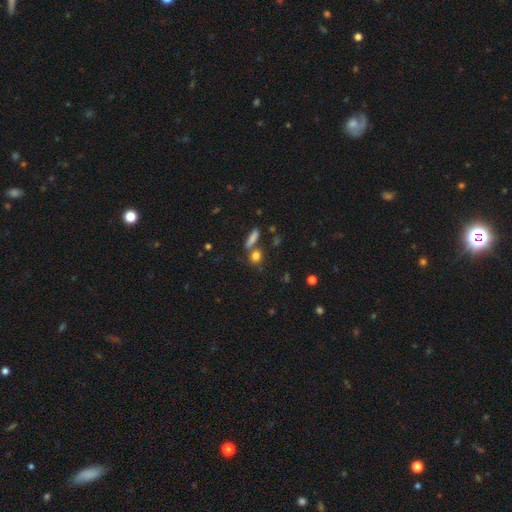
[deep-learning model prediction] Smooth or featured: smooth — 79% (star or artifact — 13%)
How rounded: round — 58% (in between — 29%)
Merging: none — 63% (merger — 23%)